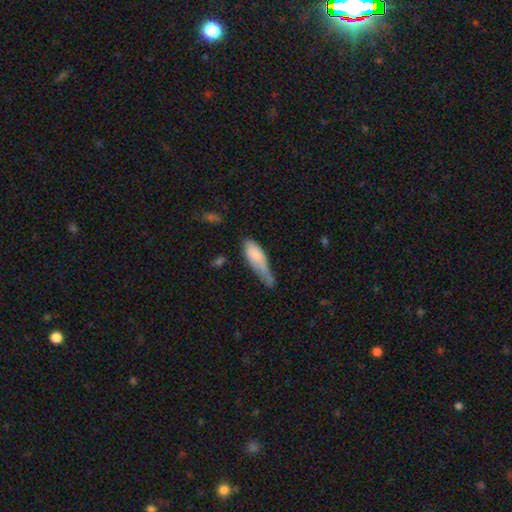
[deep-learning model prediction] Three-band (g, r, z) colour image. It shows a smooth galaxy with no disk features (76%) that is in between round and cigar-shaped (55%). Merging: minor disturbance (36%).